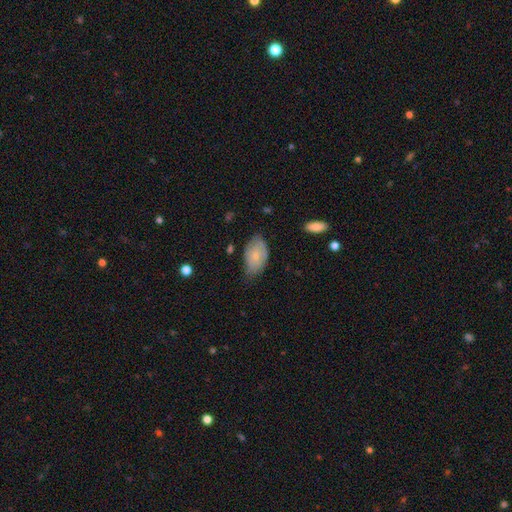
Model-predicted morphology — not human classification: smooth-or-featured: smooth: 67% | featured or disk: 27% | star or artifact: 6%
  how-rounded: in between: 92% | round: 6% | cigar-shaped: 2%
  merging: none: 57% | minor disturbance: 34% | major disturbance: 7% | merger: 2%